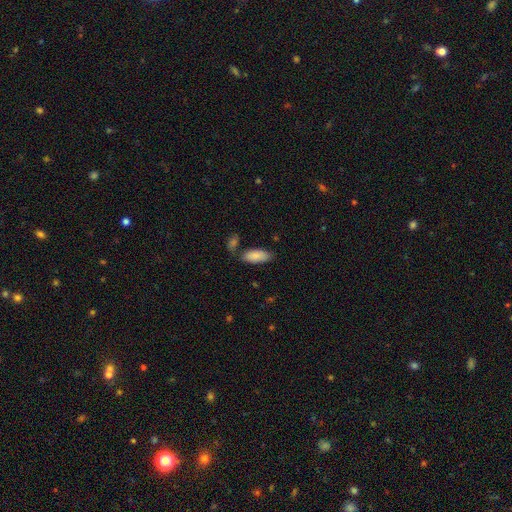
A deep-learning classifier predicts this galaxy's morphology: Smooth or featured? Predicted: smooth (p=0.87). How rounded? Predicted: in between (p=0.84). Merging? Predicted: none (p=0.69).